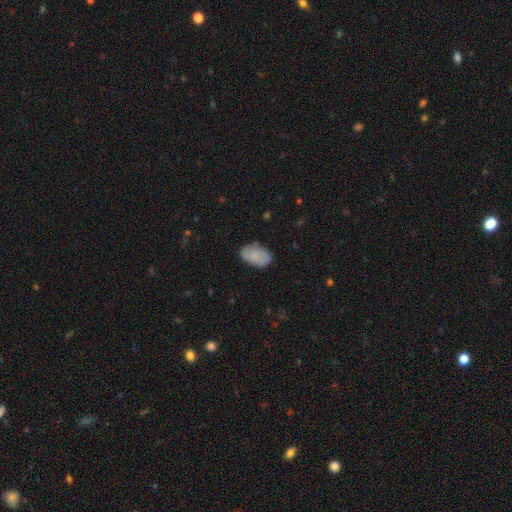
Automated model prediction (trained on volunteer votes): Q: Smooth or featured?
A: smooth (73%); runner-up: featured or disk (20%)
Q: How rounded?
A: in between (92%); runner-up: round (6%)
Q: Merging?
A: none (79%); runner-up: minor disturbance (17%)